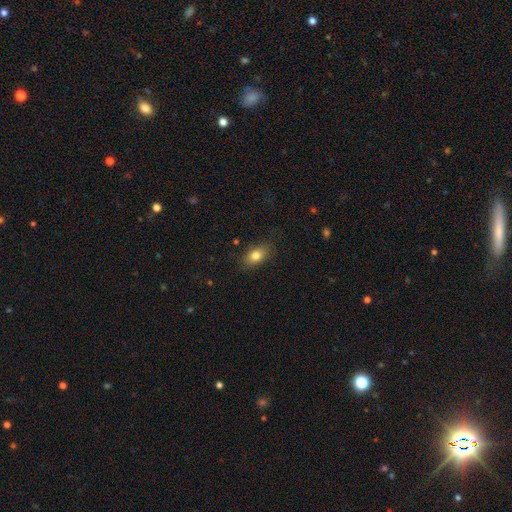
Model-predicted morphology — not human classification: This is likely a smooth galaxy (80%). How rounded: clearly in between (83%). Merging: clearly none (81%).